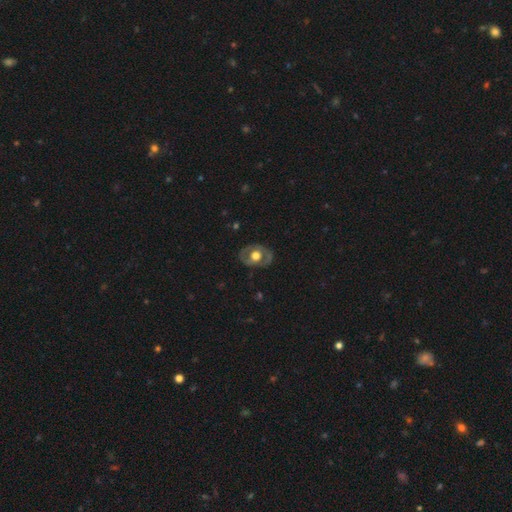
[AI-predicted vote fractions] Q: Smooth or featured?
A: featured or disk (61%); runner-up: smooth (34%)
Q: Edge-on disk?
A: no (93%); runner-up: yes (7%)
Q: Bar?
A: no (82%); runner-up: weak (14%)
Q: Spiral arms?
A: no (72%); runner-up: yes (28%)
Q: Bulge size?
A: moderate (48%); runner-up: large (45%)
Q: Merging?
A: none (78%); runner-up: minor disturbance (15%)